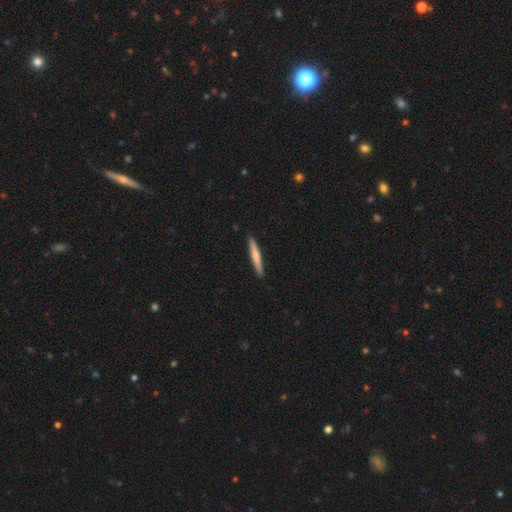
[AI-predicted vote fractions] smooth 60%, featured or disk 35%, star or artifact 5%. Down the decision tree: how rounded — cigar-shaped (95%); merging — none (91%).